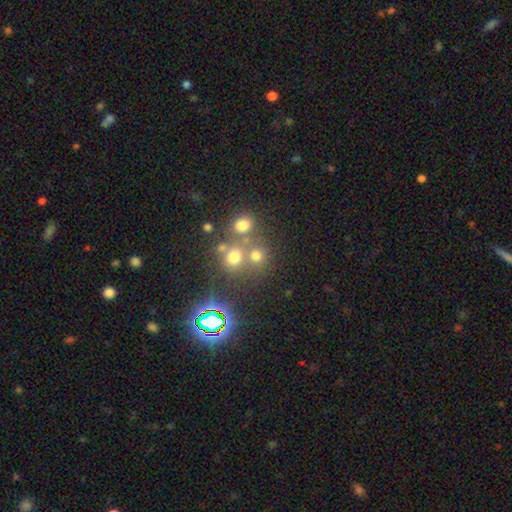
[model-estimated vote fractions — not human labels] Q: Smooth or featured?
A: smooth (65%); runner-up: star or artifact (24%)
Q: How rounded?
A: round (82%); runner-up: in between (17%)
Q: Merging?
A: none (57%); runner-up: merger (30%)